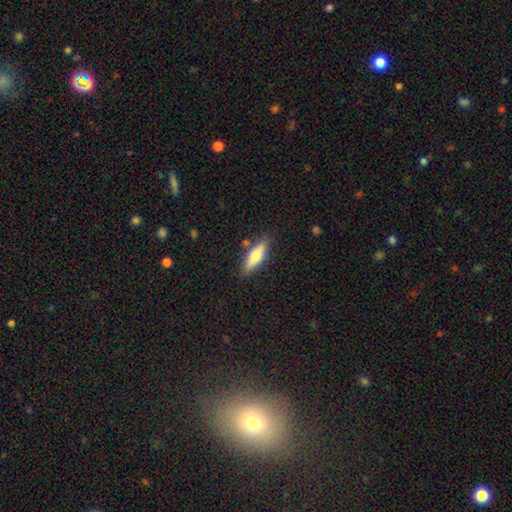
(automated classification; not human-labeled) Q: Smooth or featured?
A: smooth (68%); runner-up: featured or disk (25%)
Q: How rounded?
A: cigar-shaped (50%); runner-up: in between (47%)
Q: Merging?
A: none (81%); runner-up: minor disturbance (13%)